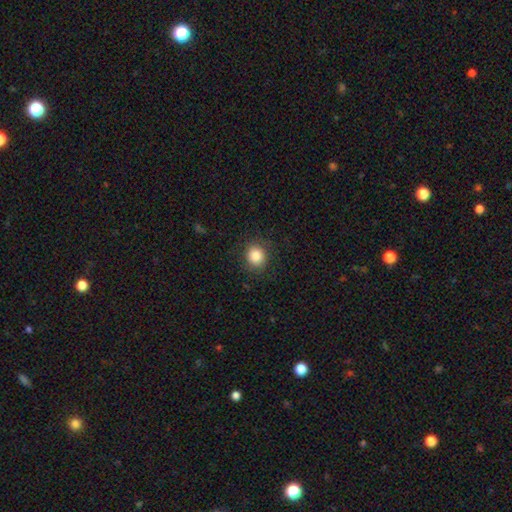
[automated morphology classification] Smooth or featured? Predicted: smooth (p=0.85). How rounded? Predicted: round (p=0.83). Merging? Predicted: none (p=0.85).